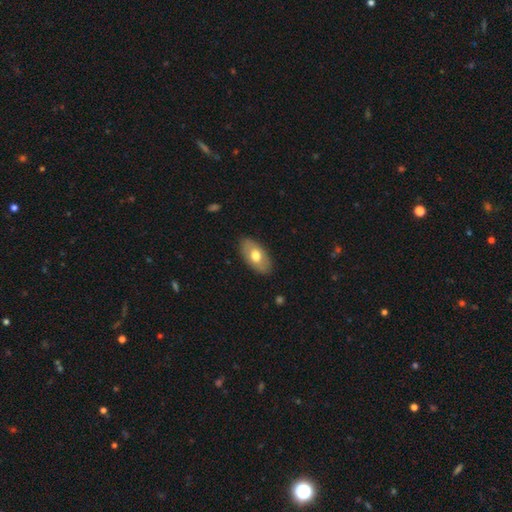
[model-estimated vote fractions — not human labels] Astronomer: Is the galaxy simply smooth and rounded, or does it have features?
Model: smooth — 66%.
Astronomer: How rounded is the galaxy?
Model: in between — 93%.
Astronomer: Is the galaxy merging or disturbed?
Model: none — 86%.